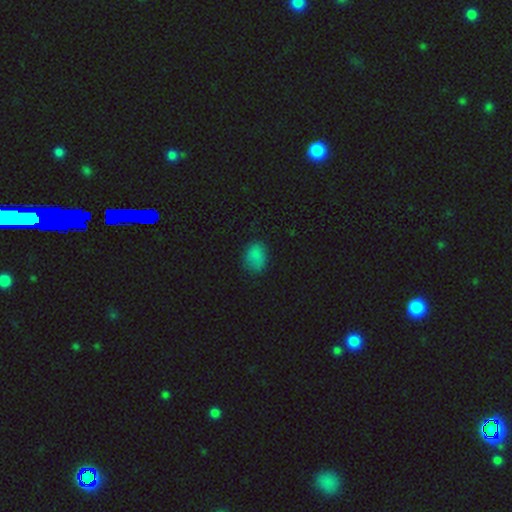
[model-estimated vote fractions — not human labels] The model was most divided on "how rounded": in between: 68%, round: 31%, cigar-shaped: 1%. More confident: smooth or featured — smooth (81%); merging — none (71%).